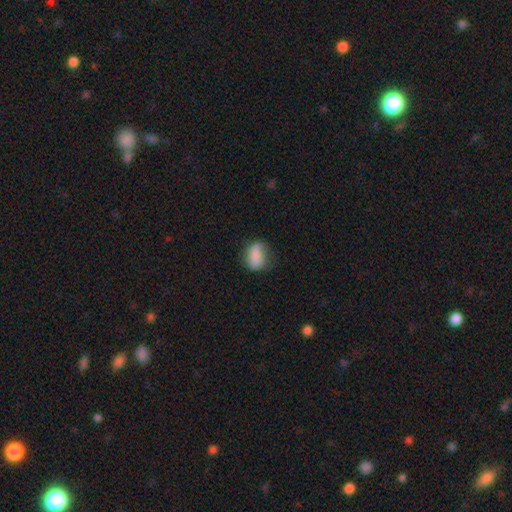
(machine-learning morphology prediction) smooth-or-featured: smooth: 77% | featured or disk: 15% | star or artifact: 8%
  how-rounded: in between: 71% | round: 27% | cigar-shaped: 2%
  merging: none: 54% | minor disturbance: 32% | major disturbance: 13% | merger: 2%